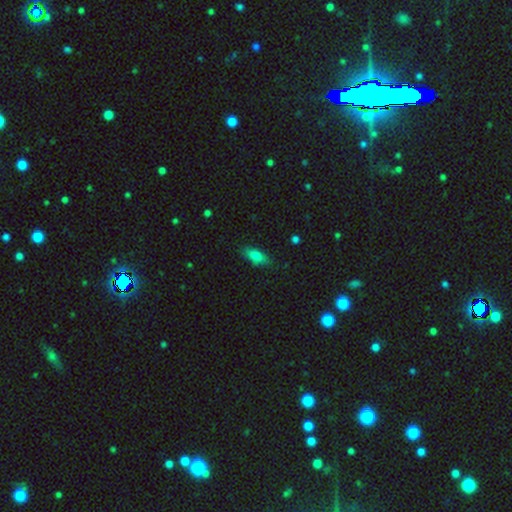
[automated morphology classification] This is likely a smooth galaxy (77%). How rounded: likely in between (76%). Merging: clearly none (81%).